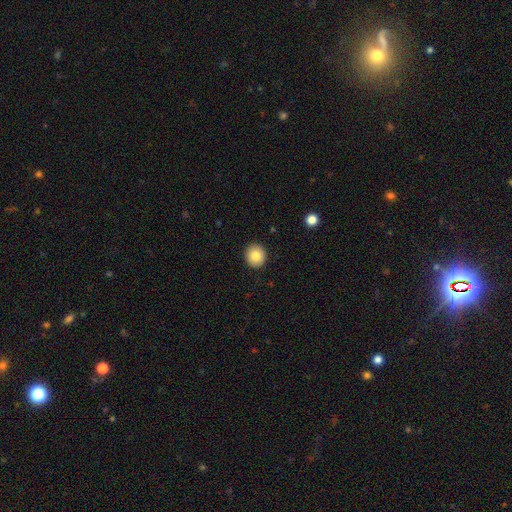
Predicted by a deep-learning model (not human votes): Smooth or featured? Predicted: smooth (p=0.84). How rounded? Predicted: round (p=0.90). Merging? Predicted: none (p=0.92).